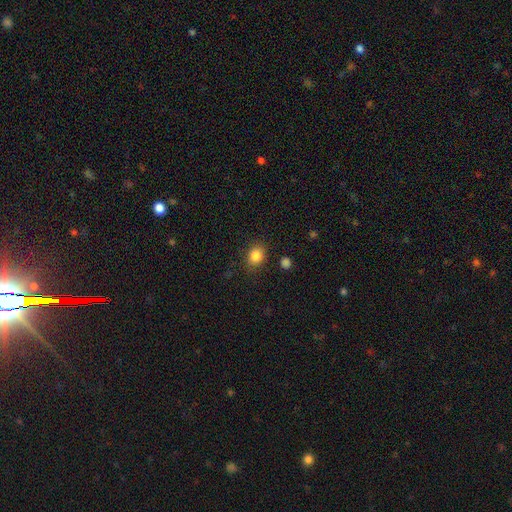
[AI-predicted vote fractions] Overall: smooth (85%). How rounded: round (57%; in between 42%). Merging: none (83%).